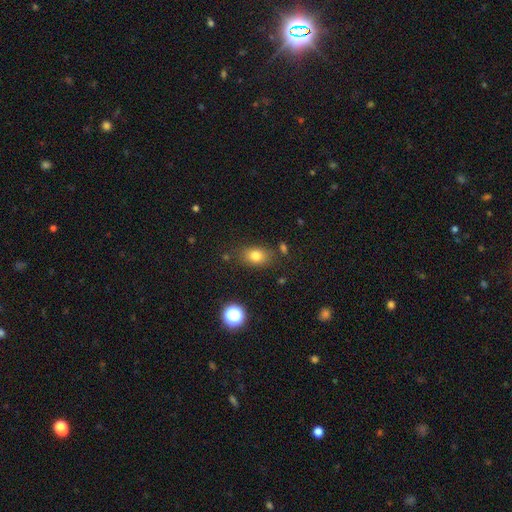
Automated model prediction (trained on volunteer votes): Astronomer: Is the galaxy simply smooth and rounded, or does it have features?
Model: smooth — 78%.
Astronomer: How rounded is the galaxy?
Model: in between — 73%.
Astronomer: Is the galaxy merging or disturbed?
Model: none — 77%.